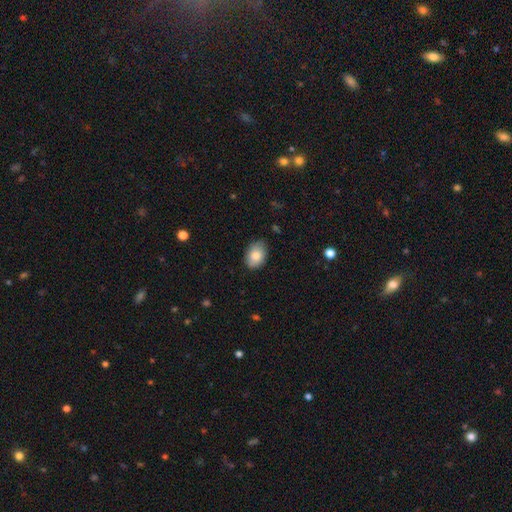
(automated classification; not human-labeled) smooth 83%, featured or disk 10%, star or artifact 7%. Down the decision tree: how rounded — in between (80%); merging — none (79%).